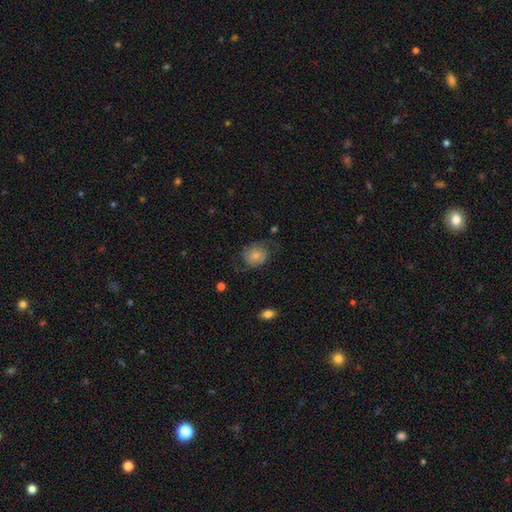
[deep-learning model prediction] A smooth galaxy with no disk features (56%) that is round (60%). Merging: none (55%).